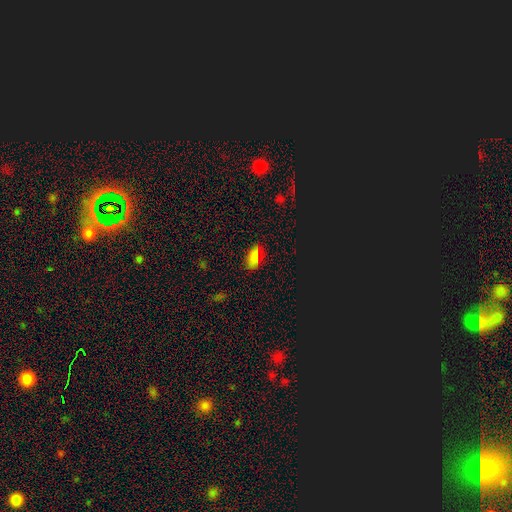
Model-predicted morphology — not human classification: Smooth or featured? smooth (73%)
How rounded? in between (90%)
Merging? none (79%)